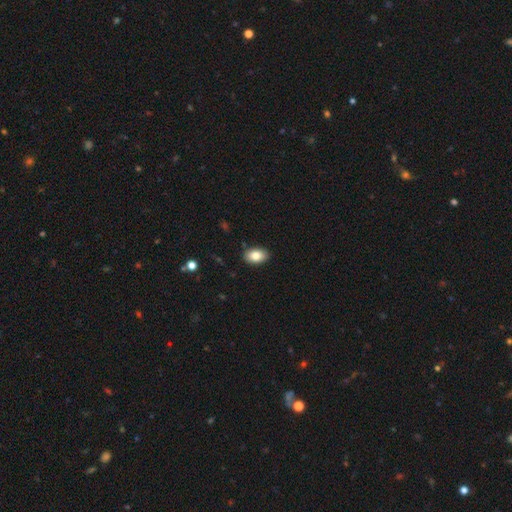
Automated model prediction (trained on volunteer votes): smooth_or_featured: smooth (p=0.83) [alt: featured or disk p=0.09]
how_rounded: in between (p=0.89) [alt: round p=0.10]
merging: none (p=0.88) [alt: minor disturbance p=0.09]